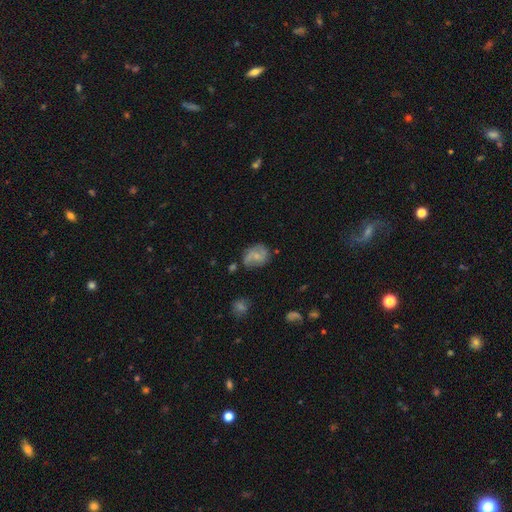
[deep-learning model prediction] Smooth or featured? Predicted: featured or disk (p=0.54). Edge-on disk? Predicted: no (p=0.97). Bar? Predicted: no (p=0.55). Spiral arms? Predicted: yes (p=0.85). Bulge size? Predicted: small (p=0.52). Merging? Predicted: none (p=0.64).